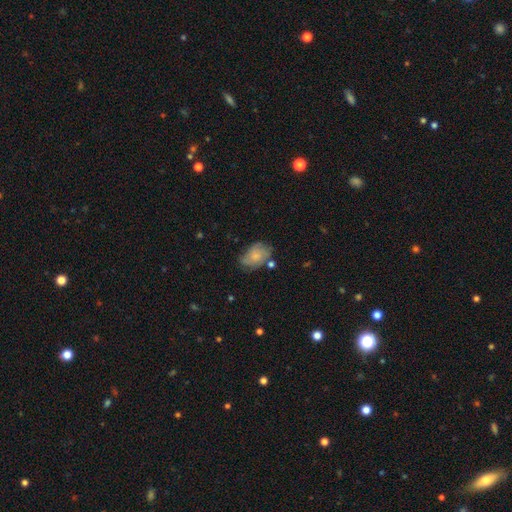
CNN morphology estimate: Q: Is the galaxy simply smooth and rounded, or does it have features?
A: smooth — 57%.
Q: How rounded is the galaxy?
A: in between — 81%.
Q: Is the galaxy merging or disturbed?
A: none — 53%.